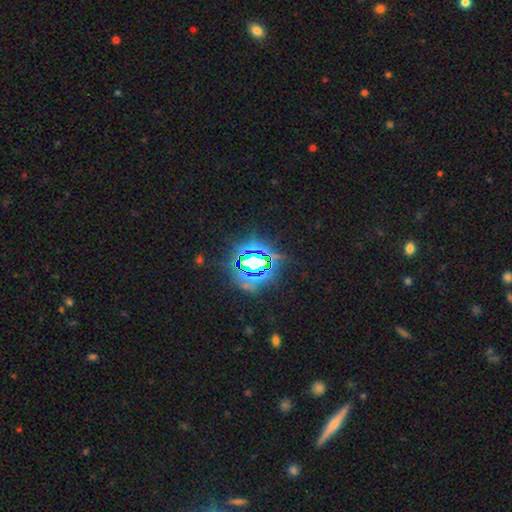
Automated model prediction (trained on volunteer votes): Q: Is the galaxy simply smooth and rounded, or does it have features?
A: star or artifact — 73%.